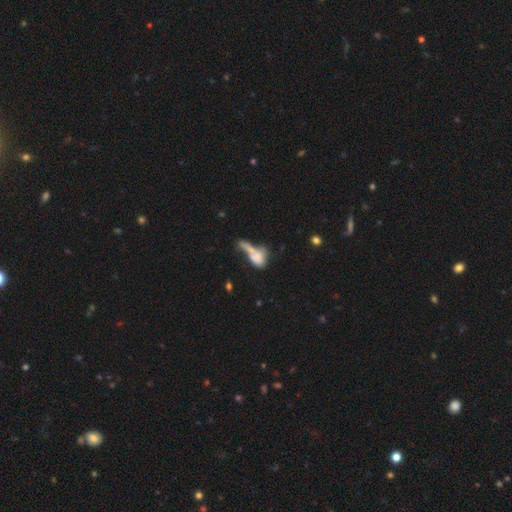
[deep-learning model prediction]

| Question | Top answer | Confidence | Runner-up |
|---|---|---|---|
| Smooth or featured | smooth | 62% | featured or disk (28%) |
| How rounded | in between | 63% | cigar-shaped (19%) |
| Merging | merger | 54% | none (20%) |